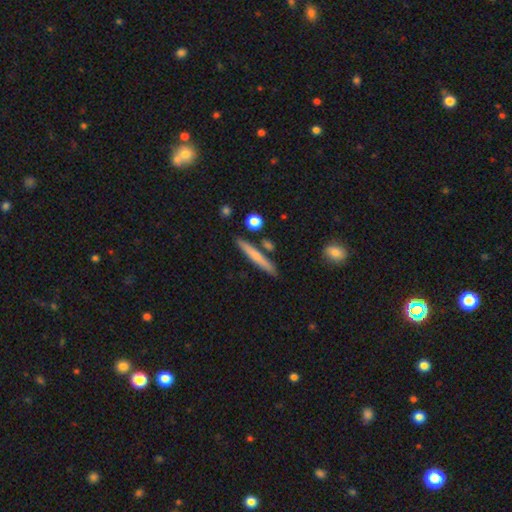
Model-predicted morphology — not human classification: Smooth or featured? Predicted: smooth (p=0.63). How rounded? Predicted: cigar-shaped (p=0.94). Merging? Predicted: none (p=0.84).